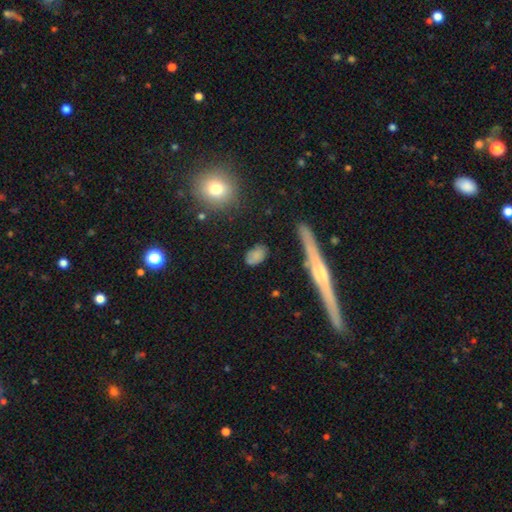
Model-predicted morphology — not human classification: This is likely a smooth galaxy (76%). How rounded: clearly in between (86%). Merging: likely none (71%).